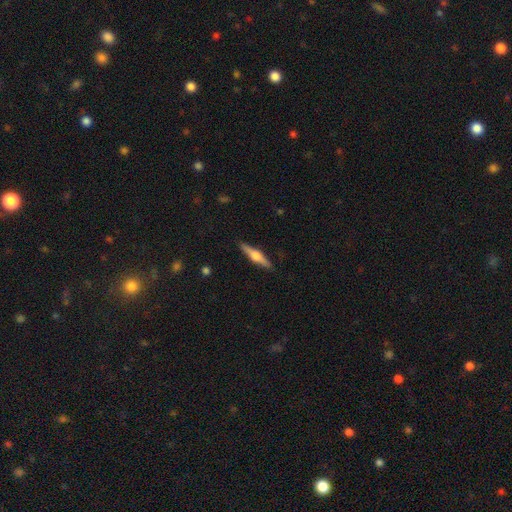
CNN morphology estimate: featured or disk 63%, smooth 32%, star or artifact 6%. Down the decision tree: edge-on disk — yes (97%); edge-on bulge — rounded (91%); merging — none (90%).